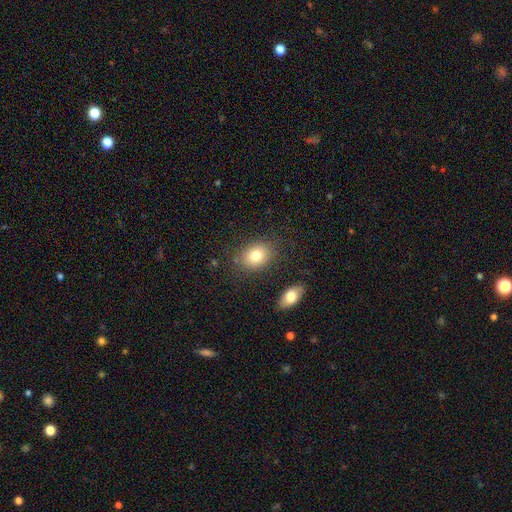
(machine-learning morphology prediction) Q: Smooth or featured?
A: smooth (80%); runner-up: featured or disk (11%)
Q: How rounded?
A: in between (68%); runner-up: round (31%)
Q: Merging?
A: none (79%); runner-up: minor disturbance (12%)